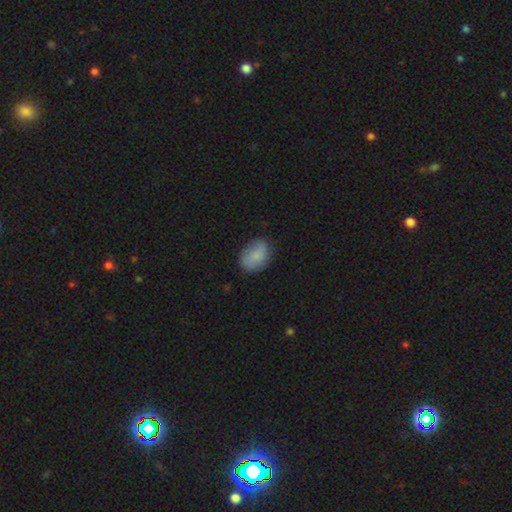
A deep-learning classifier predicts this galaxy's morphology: Smooth or featured: smooth — 80% (featured or disk — 12%)
How rounded: in between — 73% (round — 26%)
Merging: none — 73% (minor disturbance — 21%)